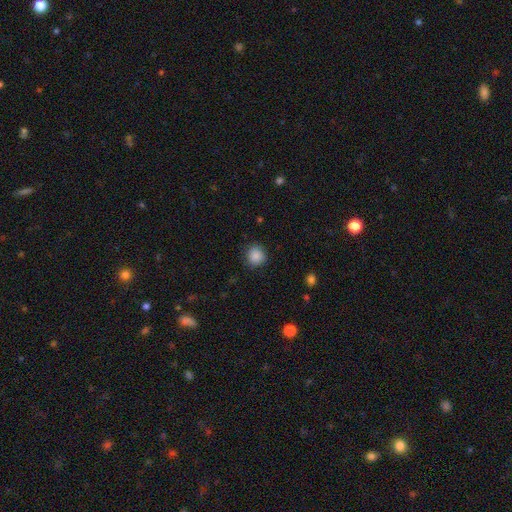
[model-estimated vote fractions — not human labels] A smooth galaxy with no disk features (87%) that is round (90%).

Vote fractions:
- Smooth or featured? smooth: 87% / star or artifact: 10% / featured or disk: 3%
- How rounded? round: 90% / in between: 9% / cigar-shaped: 1%
- Merging? none: 88% / minor disturbance: 9% / major disturbance: 3% / merger: 1%